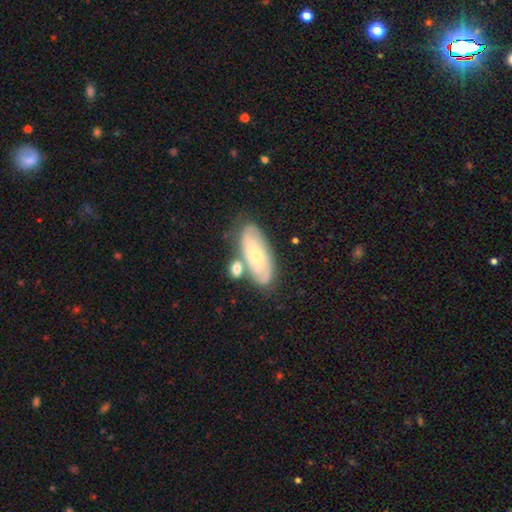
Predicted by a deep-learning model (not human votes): This is likely a featured or disk galaxy (70%). It is clearly not viewed edge-on (91%). Bar: likely no (65%). Spiral arm pattern: clearly yes (90%). Spiral arm count: possibly 2 (51%). Spiral winding: likely tight (62%). Central bulge: possibly small (53%). Merging: likely none (64%).